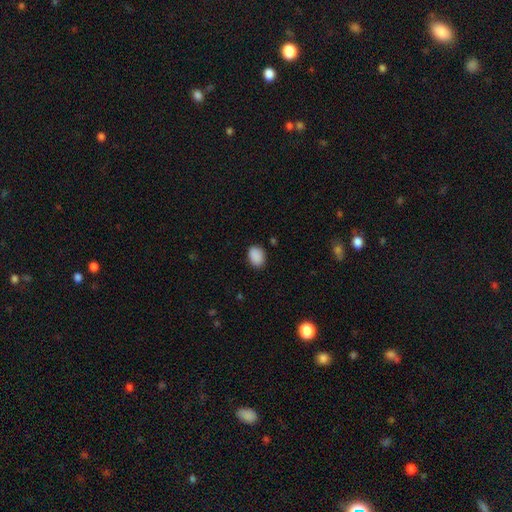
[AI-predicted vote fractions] Overall: smooth (90%). How rounded: in between (75%). Merging: none (84%).